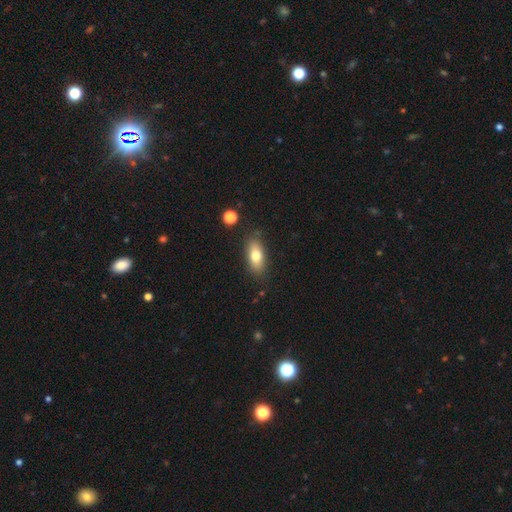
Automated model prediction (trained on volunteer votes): Morphology: type=smooth (74%); roundness=in between (82%); merging=none (82%).